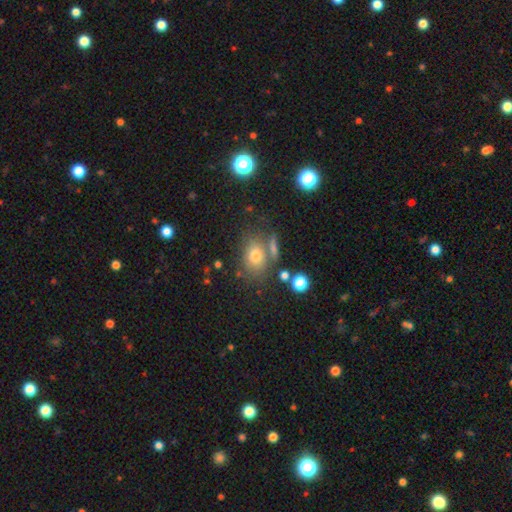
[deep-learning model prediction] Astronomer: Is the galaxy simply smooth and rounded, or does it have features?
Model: smooth — 73%.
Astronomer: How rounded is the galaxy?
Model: in between — 60% (runner-up: round, 38%).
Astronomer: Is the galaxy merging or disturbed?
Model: none — 63%.